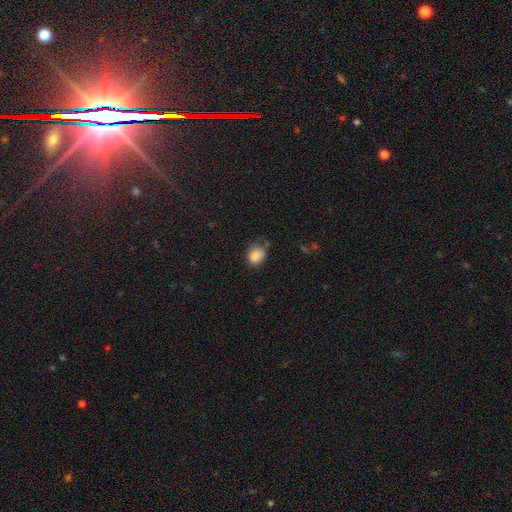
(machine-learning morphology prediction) The model was most divided on "how rounded": round: 58%, in between: 41%, cigar-shaped: 1%. More confident: smooth or featured — smooth (85%); merging — none (57%).